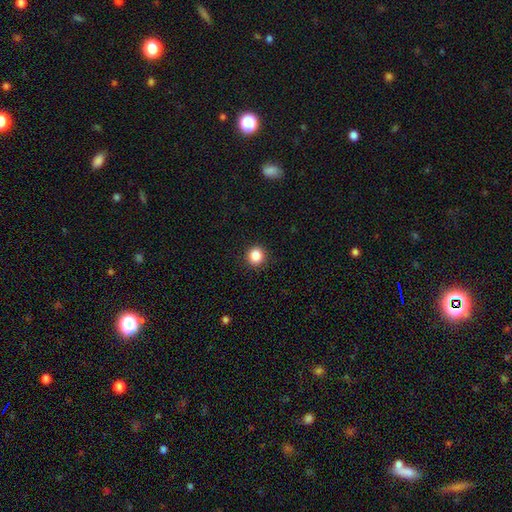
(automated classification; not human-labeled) Smooth or featured? Predicted: smooth (p=0.86). How rounded? Predicted: round (p=0.93). Merging? Predicted: none (p=0.92).